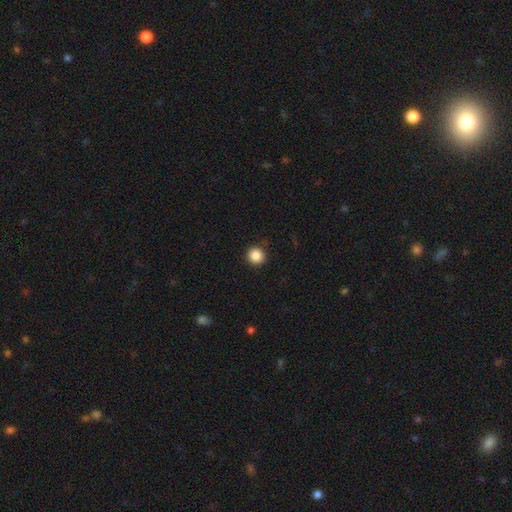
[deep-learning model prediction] The model was most divided on "smooth or featured": smooth: 87%, star or artifact: 10%, featured or disk: 3%. More confident: how rounded — round (94%); merging — none (91%).